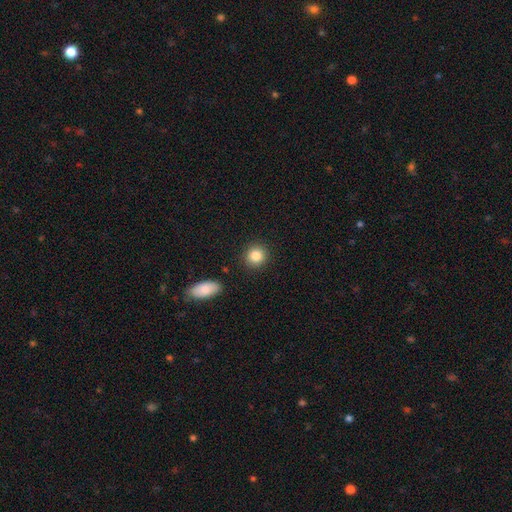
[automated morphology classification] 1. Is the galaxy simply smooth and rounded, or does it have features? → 85% smooth, 9% star or artifact, 6% featured or disk.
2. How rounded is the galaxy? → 87% round, 12% in between, 1% cigar-shaped.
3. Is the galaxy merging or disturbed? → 88% none, 7% minor disturbance, 2% merger, 2% major disturbance.